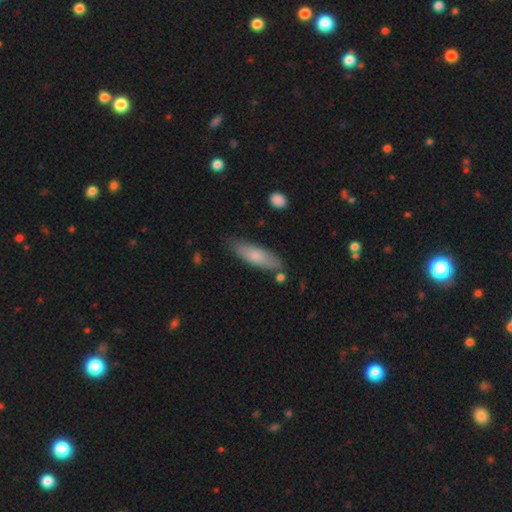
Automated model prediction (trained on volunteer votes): smooth 77%, featured or disk 18%, star or artifact 6%. Down the decision tree: how rounded — cigar-shaped (52%); merging — none (77%).